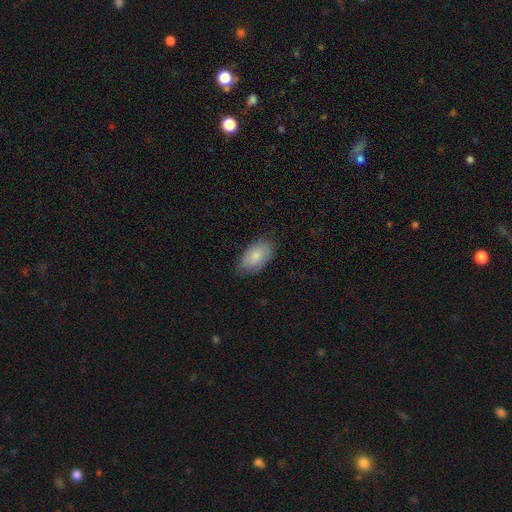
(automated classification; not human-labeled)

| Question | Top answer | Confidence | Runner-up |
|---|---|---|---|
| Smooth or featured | smooth | 83% | featured or disk (10%) |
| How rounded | in between | 94% | round (4%) |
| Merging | none | 76% | minor disturbance (20%) |